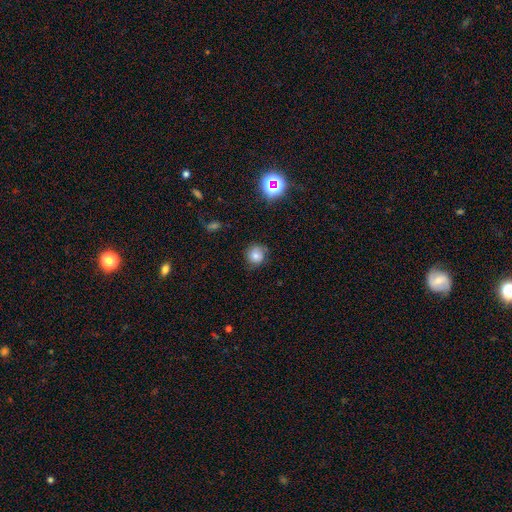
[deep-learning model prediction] This appears to be a smooth galaxy with no disk features (73%) that is round (88%). Merging: none (76%).